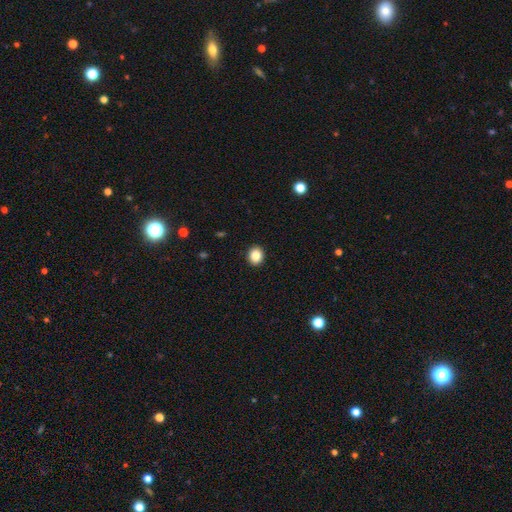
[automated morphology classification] type=smooth (86%); roundness=round (69%); merging=none (92%).